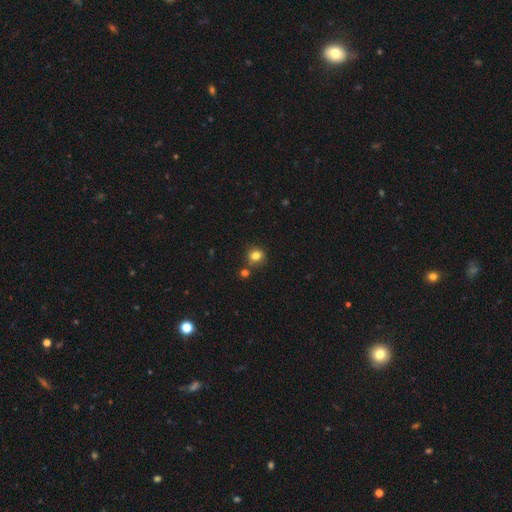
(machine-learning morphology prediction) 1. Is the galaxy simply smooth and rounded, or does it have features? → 81% smooth, 13% star or artifact, 6% featured or disk.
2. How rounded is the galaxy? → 86% round, 13% in between, 1% cigar-shaped.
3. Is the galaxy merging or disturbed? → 76% none, 12% merger, 10% minor disturbance, 3% major disturbance.